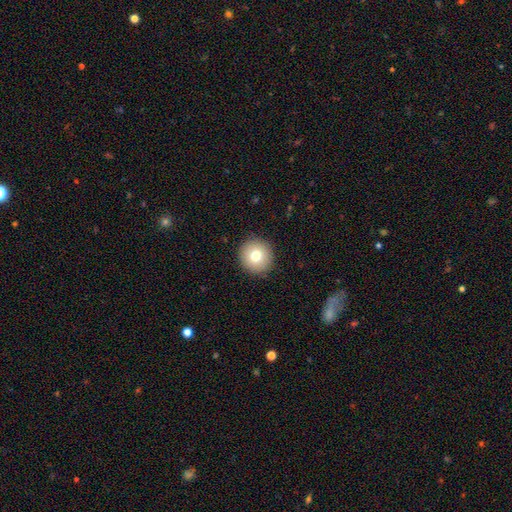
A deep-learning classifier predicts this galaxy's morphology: Smooth or featured: smooth — 76% (featured or disk — 14%)
How rounded: round — 94% (in between — 5%)
Merging: none — 92% (minor disturbance — 6%)